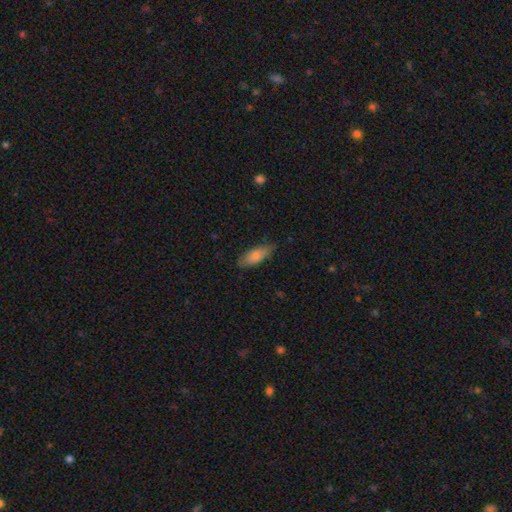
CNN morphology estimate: This is clearly a smooth galaxy (82%). How rounded: likely in between (75%). Merging: clearly none (80%).